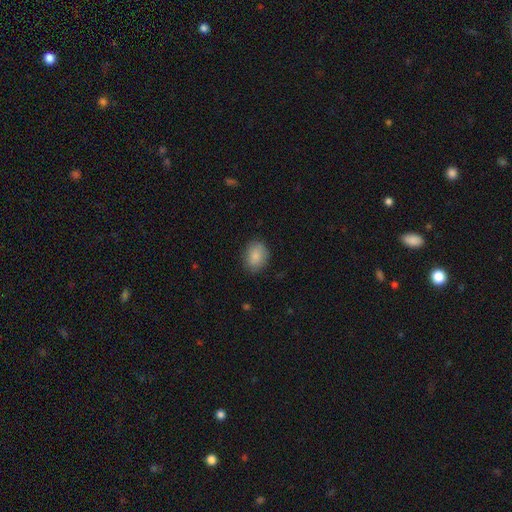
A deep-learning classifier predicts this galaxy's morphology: This is clearly a smooth galaxy (86%). How rounded: possibly in between (59%). Merging: clearly none (83%).